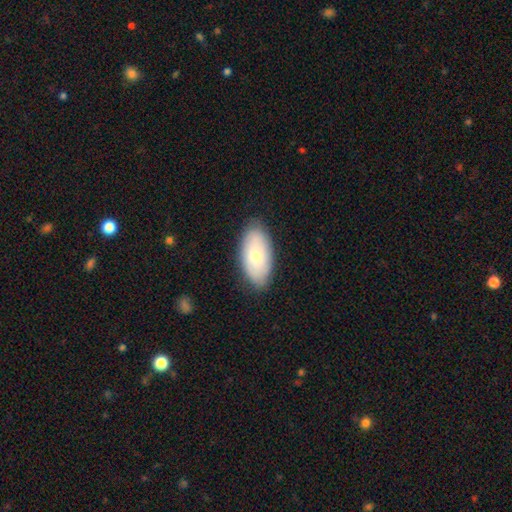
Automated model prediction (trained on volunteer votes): Smooth or featured?
  - smooth: 68% *
  - featured or disk: 26%
  - star or artifact: 6%
How rounded?
  - in between: 94% *
  - cigar-shaped: 3%
  - round: 3%
Merging?
  - none: 84% *
  - minor disturbance: 12%
  - major disturbance: 2%
  - merger: 1%